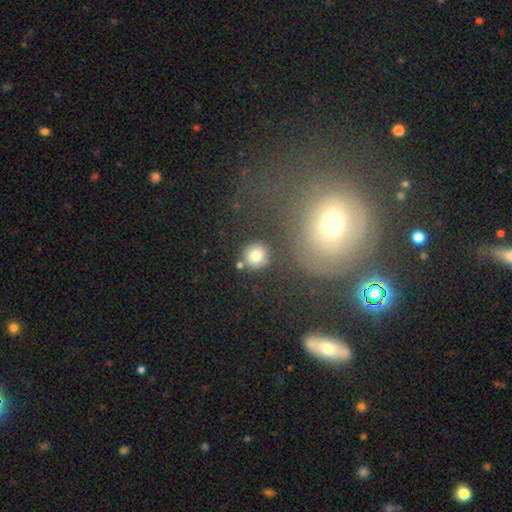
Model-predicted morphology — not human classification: smooth 78%, star or artifact 12%, featured or disk 10%. Down the decision tree: how rounded — round (90%); merging — none (77%).